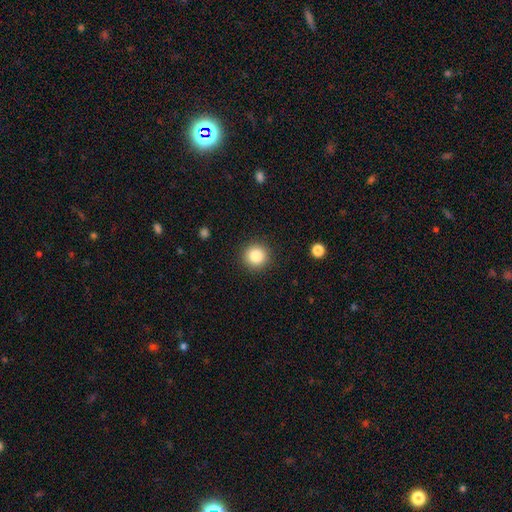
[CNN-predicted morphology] smooth 85%, star or artifact 10%, featured or disk 5%. Down the decision tree: how rounded — round (94%); merging — none (91%).